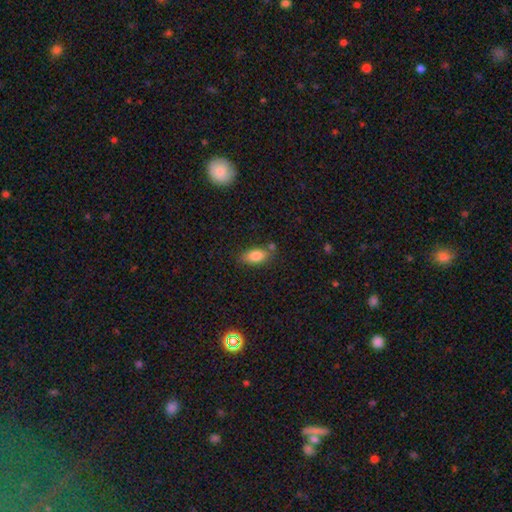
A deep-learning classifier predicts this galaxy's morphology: smooth-or-featured: smooth: 85% | star or artifact: 8% | featured or disk: 7%
  how-rounded: in between: 88% | cigar-shaped: 7% | round: 4%
  merging: none: 69% | minor disturbance: 17% | merger: 10% | major disturbance: 4%